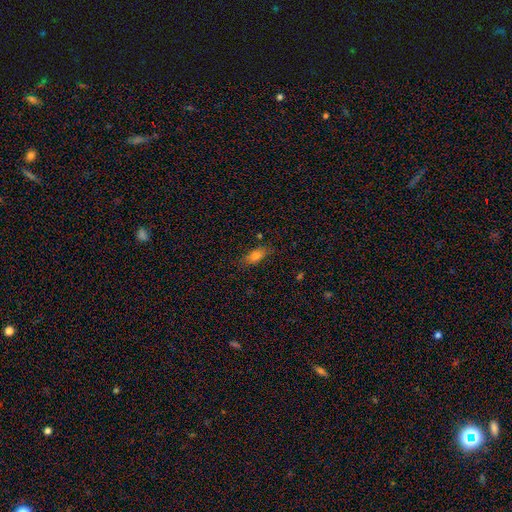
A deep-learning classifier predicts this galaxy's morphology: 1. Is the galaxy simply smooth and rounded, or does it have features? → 76% smooth, 14% featured or disk, 10% star or artifact.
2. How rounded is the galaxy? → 76% in between, 19% cigar-shaped, 5% round.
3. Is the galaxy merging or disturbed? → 77% none, 16% minor disturbance, 4% major disturbance, 3% merger.